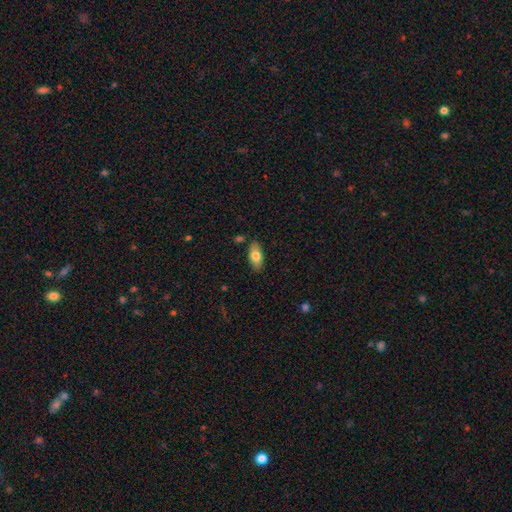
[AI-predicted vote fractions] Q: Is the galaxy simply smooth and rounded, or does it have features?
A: smooth — 77%.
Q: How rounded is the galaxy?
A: in between — 89%.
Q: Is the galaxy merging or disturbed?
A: none — 84%.